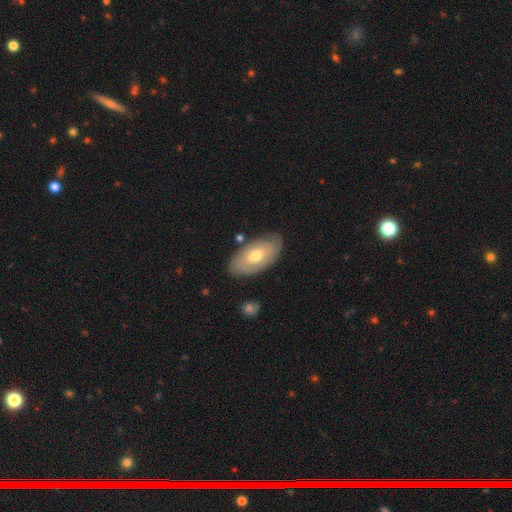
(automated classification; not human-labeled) This appears to be a featured or disk galaxy (57%) with no bar (74%), spiral arms (63%) and a moderate central bulge (69%). Merging: none (78%).